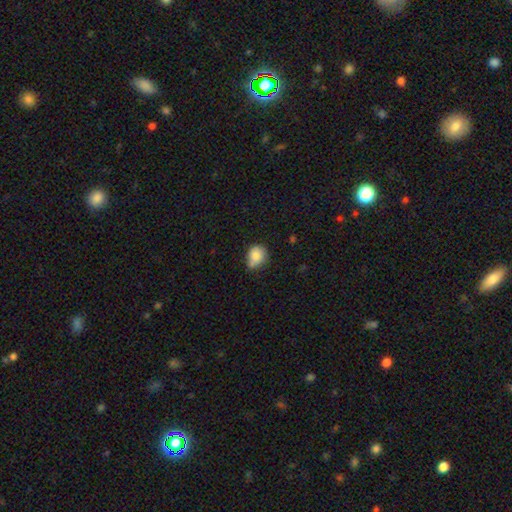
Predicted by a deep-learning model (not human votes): A smooth galaxy with no disk features (82%) that is round (65%). Merging: none (50%).